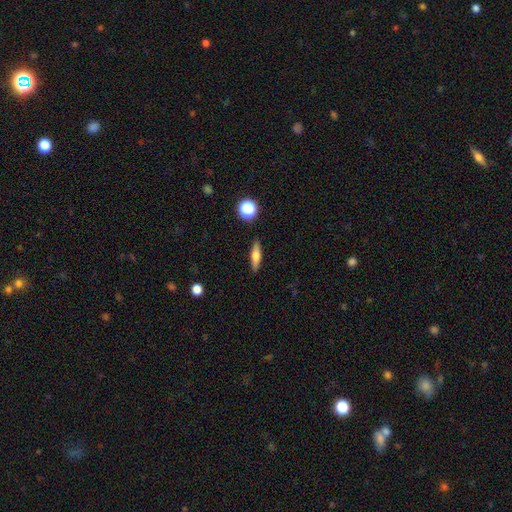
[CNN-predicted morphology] Smooth or featured: smooth — 51% (featured or disk — 41%)
How rounded: cigar-shaped — 64% (in between — 32%)
Merging: none — 89% (minor disturbance — 7%)